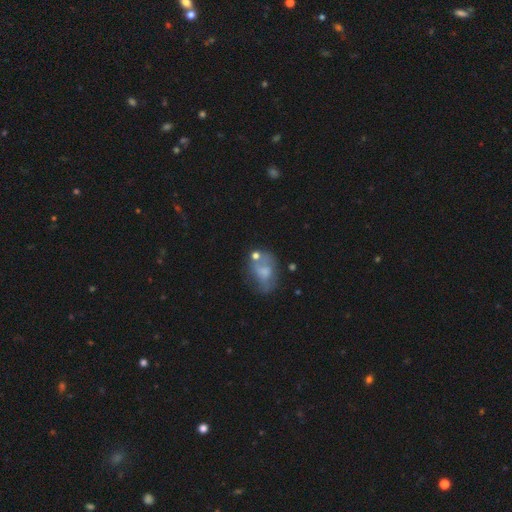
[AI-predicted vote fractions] This is possibly a smooth galaxy (51%). How rounded: likely in between (73%). Merging: marginally none (36%).